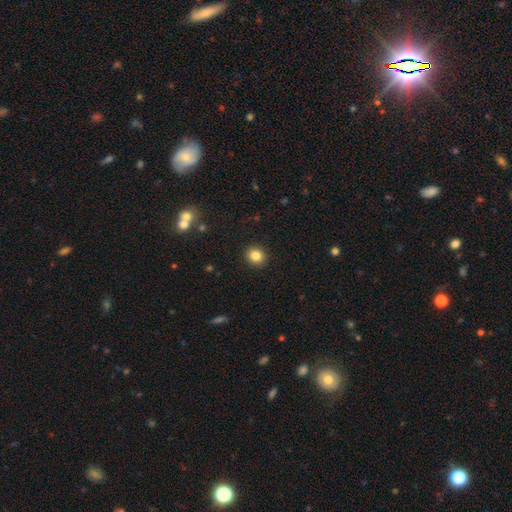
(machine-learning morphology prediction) Smooth or featured?
  - smooth: 84% *
  - star or artifact: 10%
  - featured or disk: 6%
How rounded?
  - round: 80% *
  - in between: 19%
  - cigar-shaped: 1%
Merging?
  - none: 92% *
  - minor disturbance: 5%
  - major disturbance: 2%
  - merger: 1%